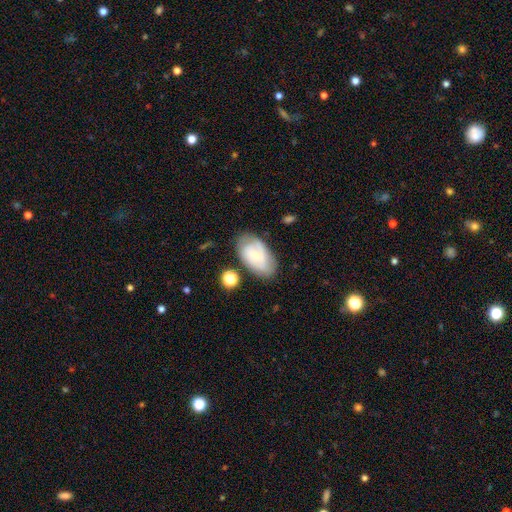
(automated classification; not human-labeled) featured or disk 52%, smooth 41%, star or artifact 7%. Down the decision tree: edge-on disk — no (94%); merging — none (67%).